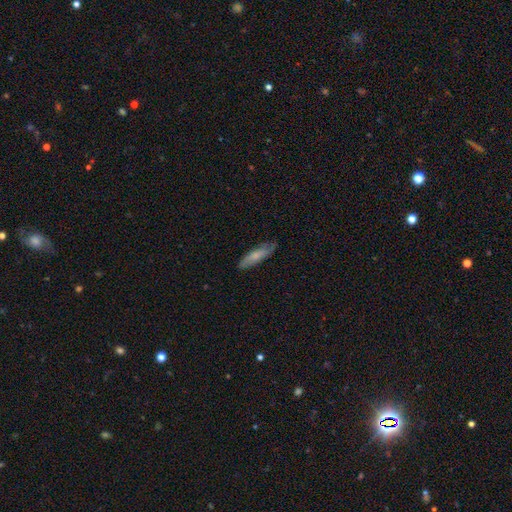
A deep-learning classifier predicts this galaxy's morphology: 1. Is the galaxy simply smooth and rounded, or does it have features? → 67% smooth, 27% featured or disk, 6% star or artifact.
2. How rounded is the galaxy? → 68% cigar-shaped, 31% in between, 2% round.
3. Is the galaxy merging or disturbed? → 78% none, 18% minor disturbance, 3% major disturbance, 1% merger.